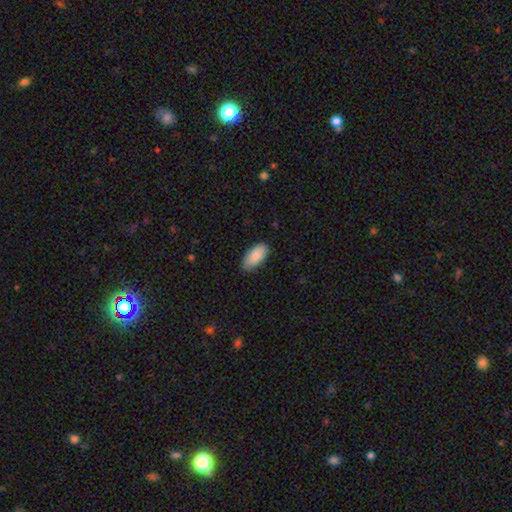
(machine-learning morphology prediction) Smooth or featured? Predicted: smooth (p=0.89). How rounded? Predicted: in between (p=0.94). Merging? Predicted: none (p=0.85).